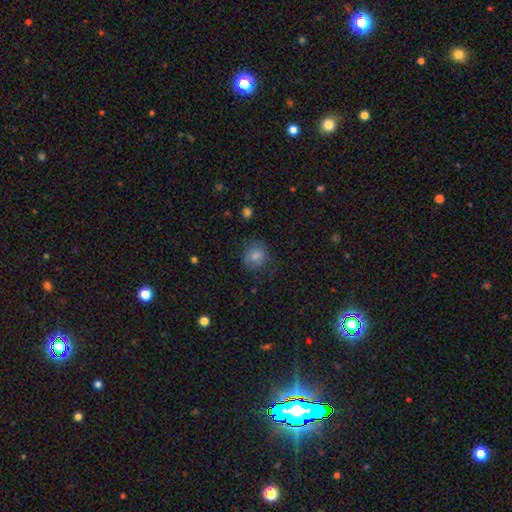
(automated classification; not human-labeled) Smooth or featured? Predicted: smooth (p=0.81). How rounded? Predicted: round (p=0.76). Merging? Predicted: none (p=0.73).